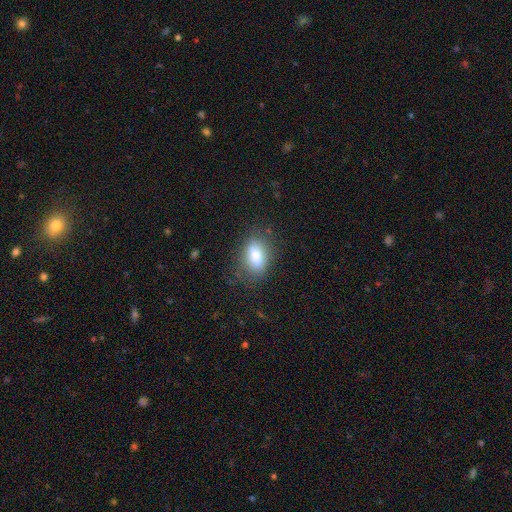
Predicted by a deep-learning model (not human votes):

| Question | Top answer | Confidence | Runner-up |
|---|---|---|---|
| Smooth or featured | smooth | 78% | featured or disk (13%) |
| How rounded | in between | 83% | round (13%) |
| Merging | none | 73% | minor disturbance (18%) |